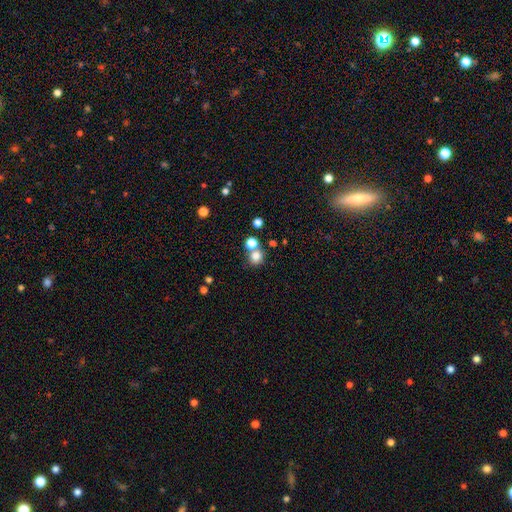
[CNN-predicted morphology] smooth_or_featured: smooth (p=0.78) [alt: star or artifact p=0.14]
how_rounded: round (p=0.85) [alt: in between p=0.14]
merging: none (p=0.58) [alt: merger p=0.29]